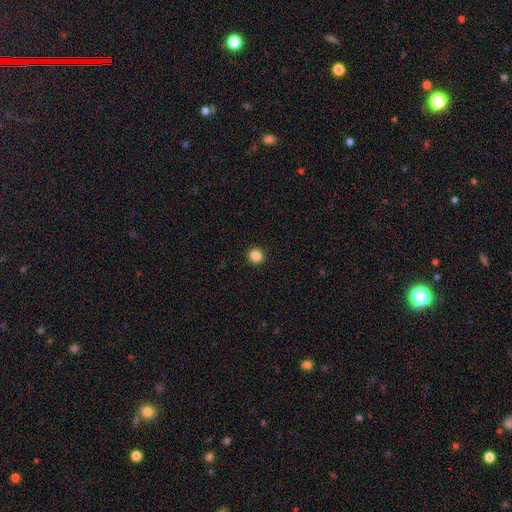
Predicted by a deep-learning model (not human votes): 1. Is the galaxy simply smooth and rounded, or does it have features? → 86% smooth, 11% star or artifact, 3% featured or disk.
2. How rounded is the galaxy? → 85% round, 14% in between, 1% cigar-shaped.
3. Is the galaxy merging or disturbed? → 93% none, 5% minor disturbance, 2% major disturbance, 1% merger.